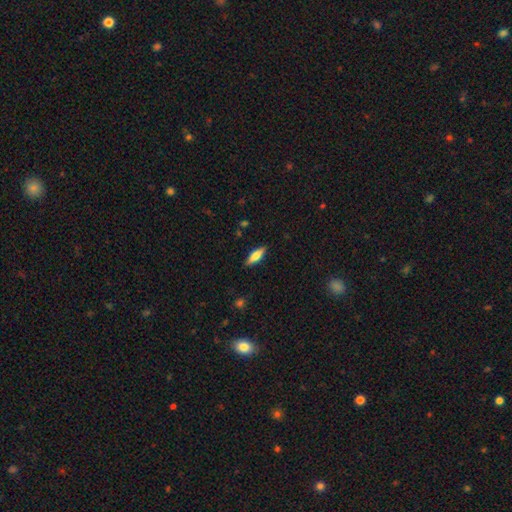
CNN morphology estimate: smooth-or-featured: smooth: 61% | featured or disk: 32% | star or artifact: 7%
  how-rounded: cigar-shaped: 51% | in between: 47% | round: 2%
  merging: none: 87% | minor disturbance: 10% | major disturbance: 2% | merger: 1%